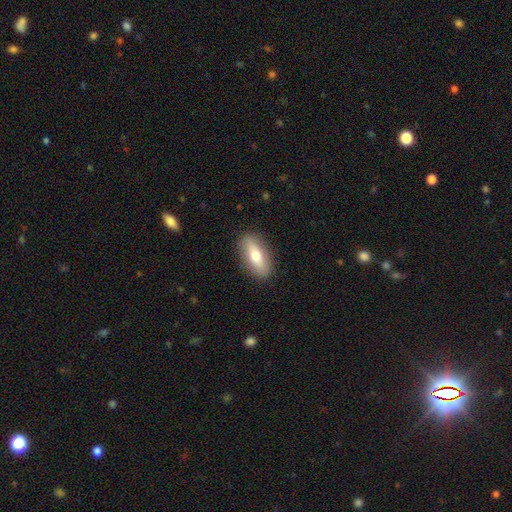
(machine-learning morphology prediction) The model was most divided on "smooth or featured": smooth: 64%, featured or disk: 29%, star or artifact: 6%. More confident: merging — none (87%); how rounded — in between (75%).